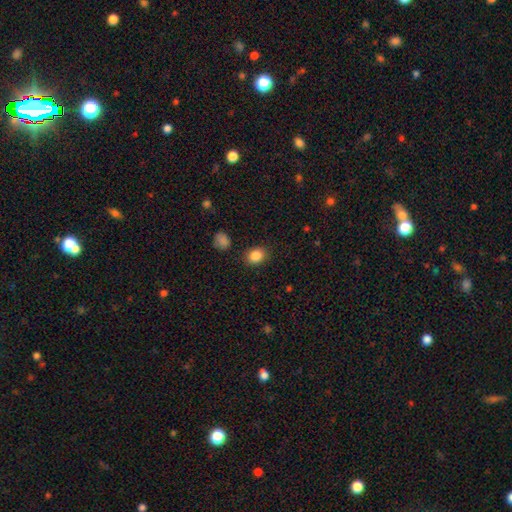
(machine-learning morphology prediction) A smooth galaxy with no disk features (86%) that is round (50%).

Vote fractions:
- Smooth or featured? smooth: 86% / star or artifact: 10% / featured or disk: 5%
- How rounded? round: 50% / in between: 49% / cigar-shaped: 1%
- Merging? none: 87% / minor disturbance: 8% / major disturbance: 3% / merger: 2%